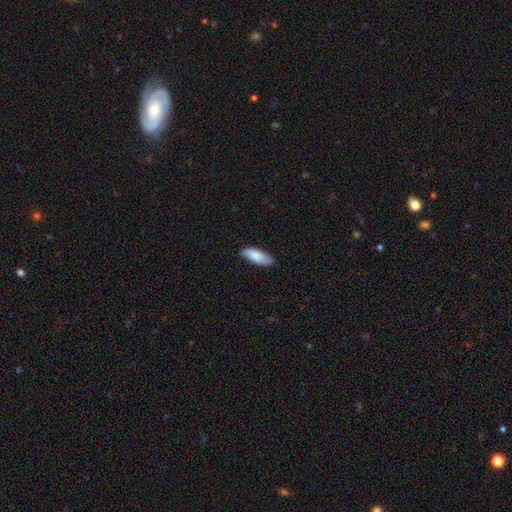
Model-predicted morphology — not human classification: Smooth or featured? smooth (84%)
How rounded? in between (79%)
Merging? none (83%)